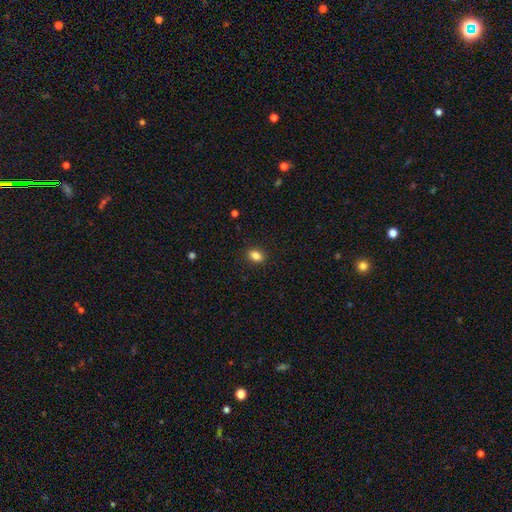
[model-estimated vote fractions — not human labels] The model was most divided on "how rounded": in between: 76%, round: 22%, cigar-shaped: 2%. More confident: merging — none (89%); smooth or featured — smooth (86%).